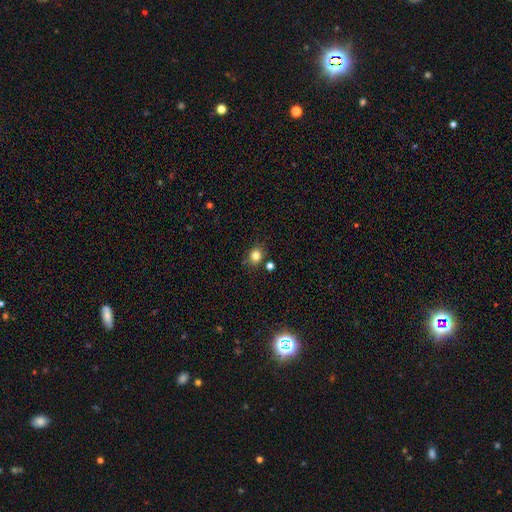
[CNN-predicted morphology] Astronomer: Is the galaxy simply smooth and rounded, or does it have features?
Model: smooth — 81%.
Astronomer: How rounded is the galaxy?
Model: round — 70%.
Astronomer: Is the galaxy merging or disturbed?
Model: none — 78%.